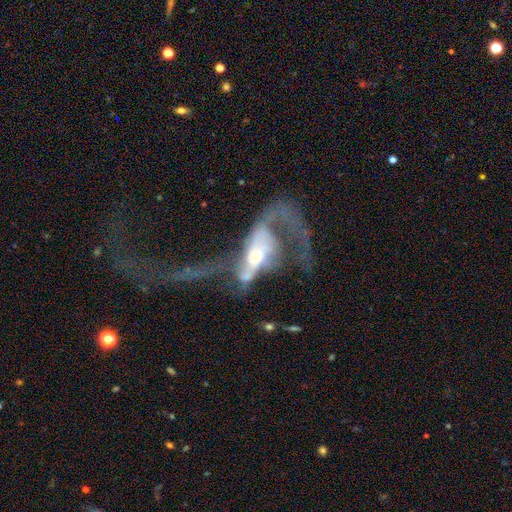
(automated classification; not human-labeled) A featured or disk galaxy (71%) with no bar (57%), spiral arms (64%) and a moderate central bulge (39%).

Vote fractions:
- Smooth or featured? featured or disk: 71% / smooth: 20% / star or artifact: 9%
- Edge-on disk? no: 90% / yes: 10%
- Bar? no: 57% / weak: 28% / strong: 16%
- Spiral arms? yes: 64% / no: 36%
- Bulge size? moderate: 39% / large: 23% / small: 21% / none: 12% / dominant: 5%
- Merging? major disturbance: 51% / merger: 31% / none: 11% / minor disturbance: 7%